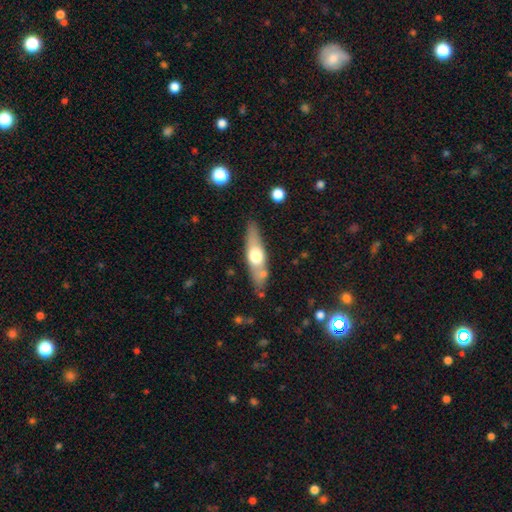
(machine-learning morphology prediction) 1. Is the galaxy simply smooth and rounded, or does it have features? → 50% featured or disk, 45% smooth, 5% star or artifact.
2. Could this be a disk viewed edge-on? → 83% yes, 17% no.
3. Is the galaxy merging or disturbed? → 78% none, 13% minor disturbance, 6% merger, 3% major disturbance.